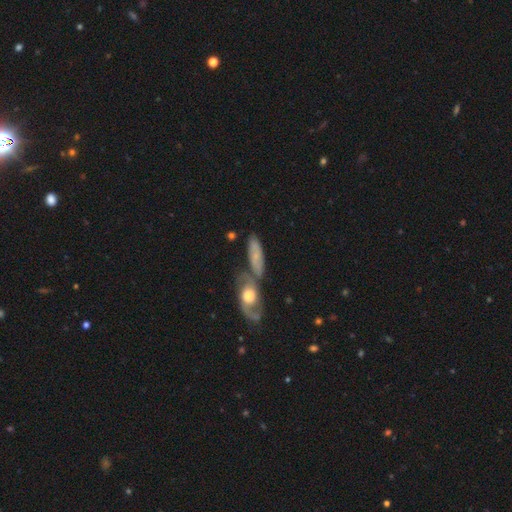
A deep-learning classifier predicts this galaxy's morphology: Smooth or featured? Predicted: featured or disk (p=0.48). Merging? Predicted: none (p=0.41).